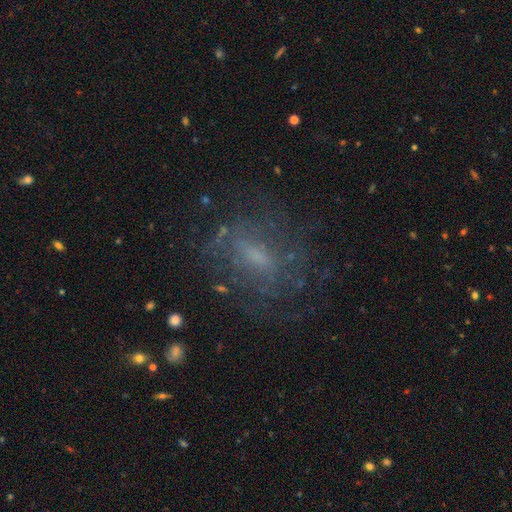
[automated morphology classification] This appears to be a featured or disk galaxy (50%). Merging: none (66%).